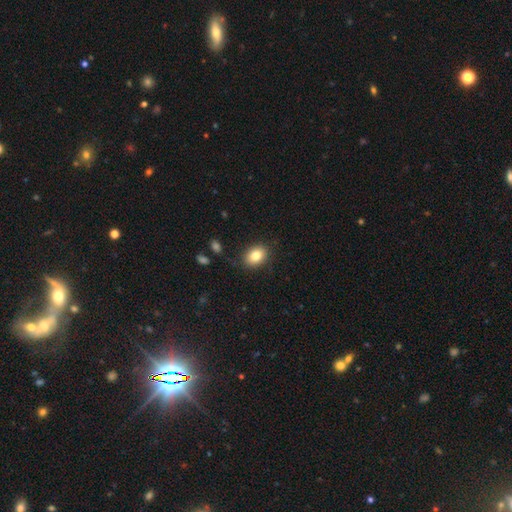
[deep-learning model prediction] A smooth galaxy with no disk features (83%) that is in between round and cigar-shaped (69%). Merging: none (86%).